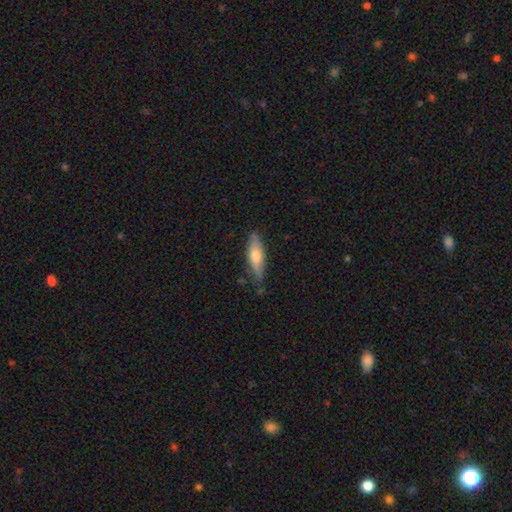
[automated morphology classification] The model was most divided on "smooth or featured": smooth: 57%, featured or disk: 37%, star or artifact: 6%. More confident: merging — none (77%); how rounded — cigar-shaped (65%).